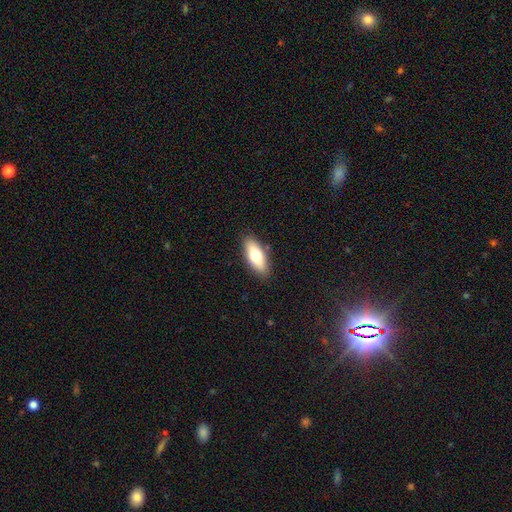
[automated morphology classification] Smooth or featured?
  - smooth: 69% *
  - featured or disk: 25%
  - star or artifact: 6%
How rounded?
  - in between: 74% *
  - cigar-shaped: 23%
  - round: 3%
Merging?
  - none: 88% *
  - minor disturbance: 9%
  - major disturbance: 2%
  - merger: 1%